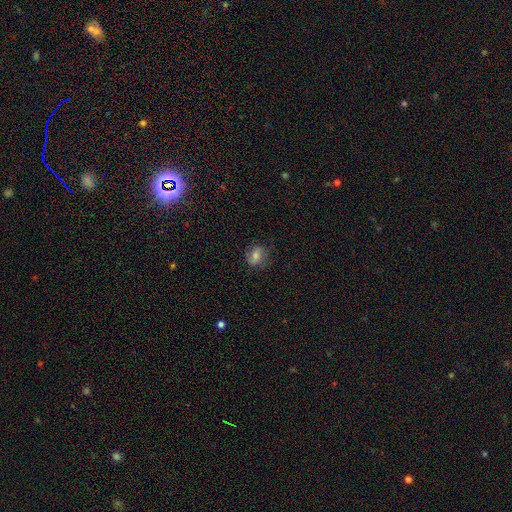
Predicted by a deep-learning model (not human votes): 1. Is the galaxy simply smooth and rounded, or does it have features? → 68% smooth, 21% featured or disk, 11% star or artifact.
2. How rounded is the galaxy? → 58% round, 41% in between, 2% cigar-shaped.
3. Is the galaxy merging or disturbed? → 76% none, 17% minor disturbance, 6% major disturbance, 1% merger.